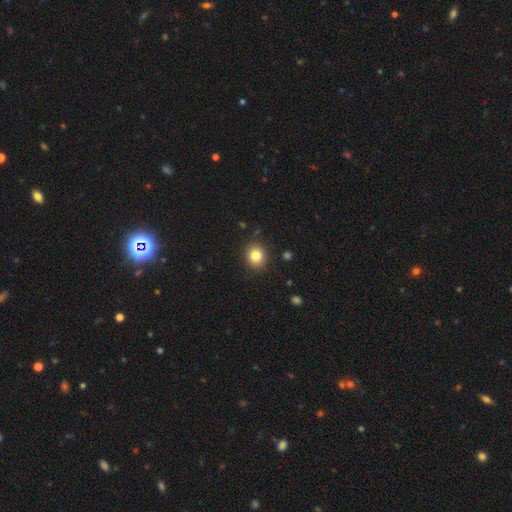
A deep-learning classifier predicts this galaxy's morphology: Smooth or featured?
  - smooth: 82% *
  - star or artifact: 11%
  - featured or disk: 7%
How rounded?
  - round: 77% *
  - in between: 23%
  - cigar-shaped: 1%
Merging?
  - none: 88% *
  - minor disturbance: 8%
  - major disturbance: 2%
  - merger: 1%